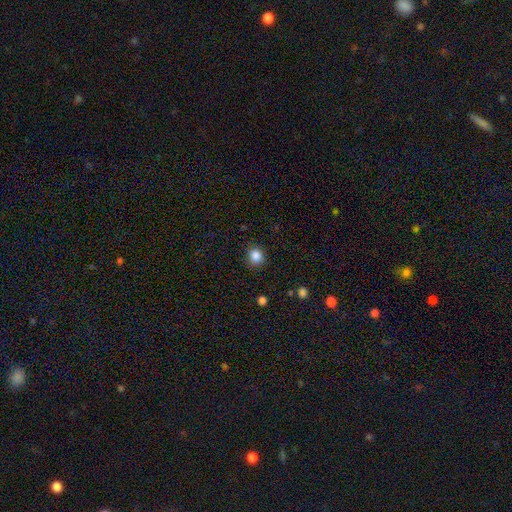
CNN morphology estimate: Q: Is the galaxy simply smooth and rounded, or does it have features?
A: smooth — 86%.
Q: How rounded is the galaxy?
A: round — 81%.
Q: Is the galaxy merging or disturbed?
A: none — 86%.